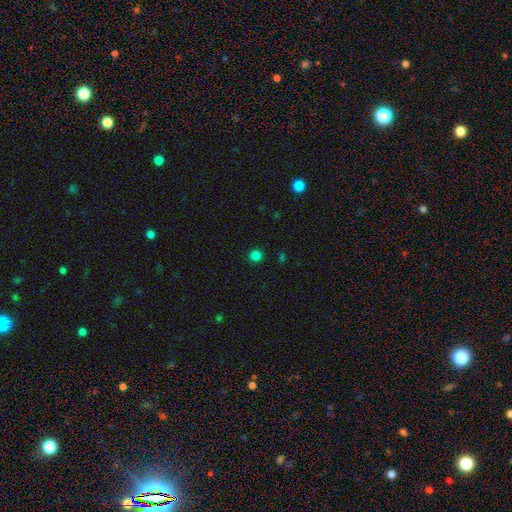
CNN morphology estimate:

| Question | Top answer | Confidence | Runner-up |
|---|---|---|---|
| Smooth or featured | smooth | 81% | star or artifact (16%) |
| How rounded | round | 94% | in between (5%) |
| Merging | none | 92% | minor disturbance (5%) |